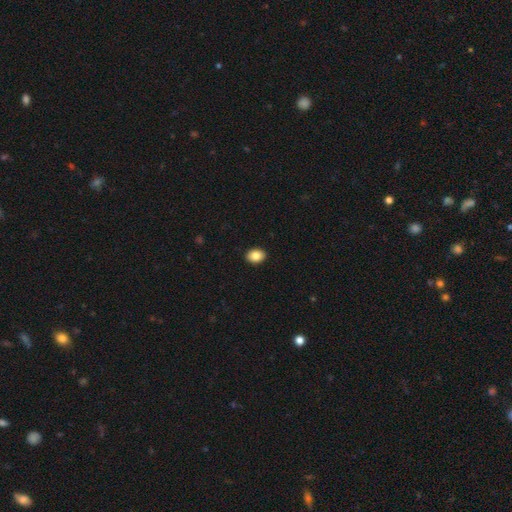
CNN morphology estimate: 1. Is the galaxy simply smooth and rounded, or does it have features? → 85% smooth, 8% star or artifact, 7% featured or disk.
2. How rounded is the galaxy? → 68% in between, 31% round, 1% cigar-shaped.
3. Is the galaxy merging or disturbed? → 92% none, 6% minor disturbance, 1% major disturbance, 1% merger.